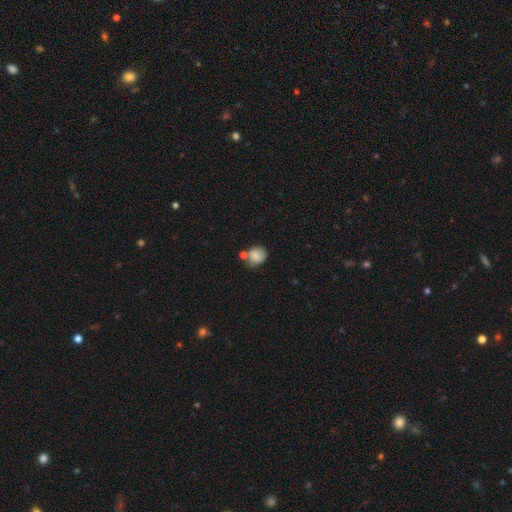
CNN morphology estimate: type=smooth (80%); roundness=round (72%); merging=none (54%).